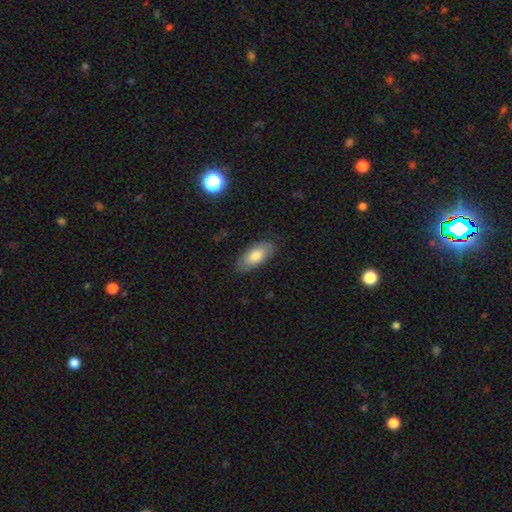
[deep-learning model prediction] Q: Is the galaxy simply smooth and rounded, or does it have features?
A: smooth — 79%.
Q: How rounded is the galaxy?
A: in between — 88%.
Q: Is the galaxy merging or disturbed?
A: none — 83%.